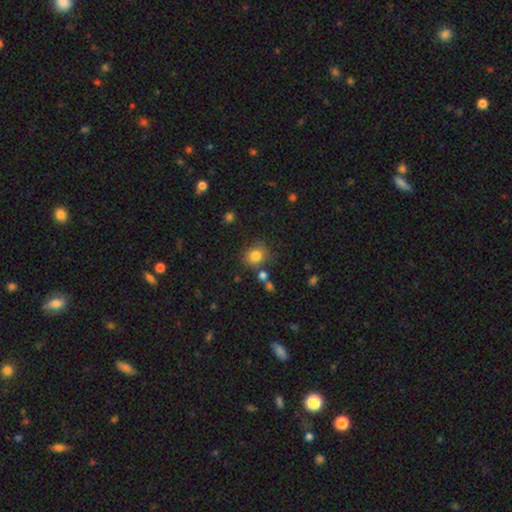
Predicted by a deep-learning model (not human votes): smooth 81%, star or artifact 12%, featured or disk 7%. Down the decision tree: how rounded — round (77%); merging — none (73%).